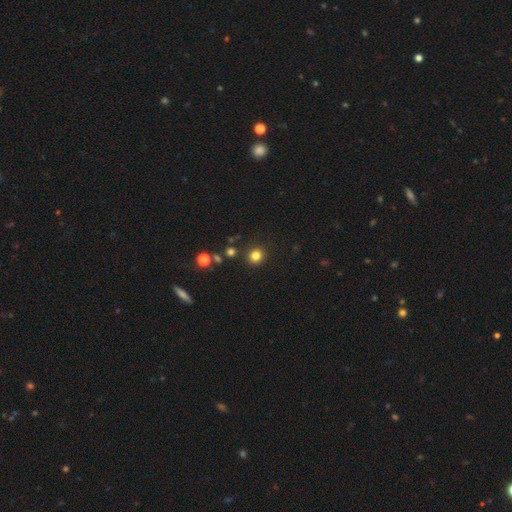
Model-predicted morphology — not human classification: Q: Smooth or featured?
A: smooth (81%); runner-up: star or artifact (14%)
Q: How rounded?
A: round (88%); runner-up: in between (11%)
Q: Merging?
A: none (89%); runner-up: minor disturbance (6%)